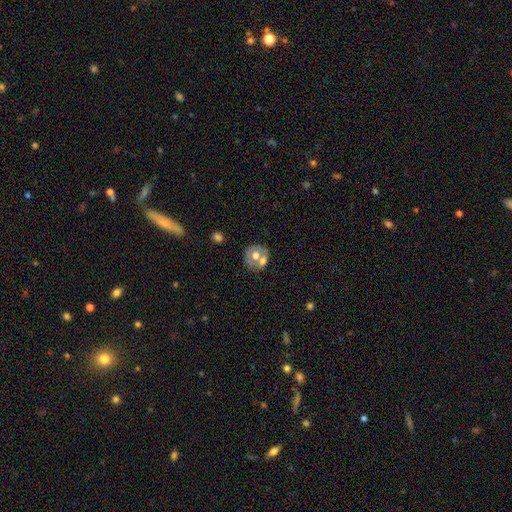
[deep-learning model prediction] Smooth or featured?
  - smooth: 48% *
  - featured or disk: 44%
  - star or artifact: 8%
Merging?
  - none: 50% *
  - merger: 32%
  - minor disturbance: 13%
  - major disturbance: 5%